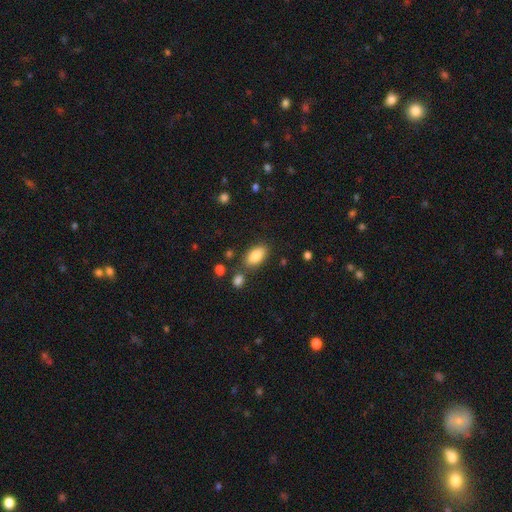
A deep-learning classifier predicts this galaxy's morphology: Overall: smooth (85%). How rounded: in between (91%). Merging: none (77%).